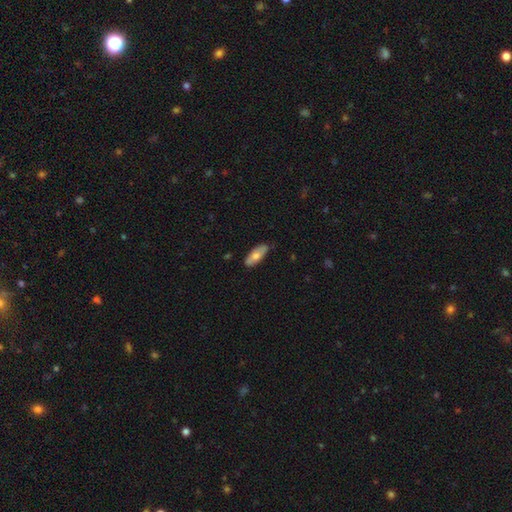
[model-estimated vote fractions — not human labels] The model was most divided on "smooth or featured": smooth: 68%, featured or disk: 26%, star or artifact: 6%. More confident: merging — none (81%); how rounded — in between (73%).